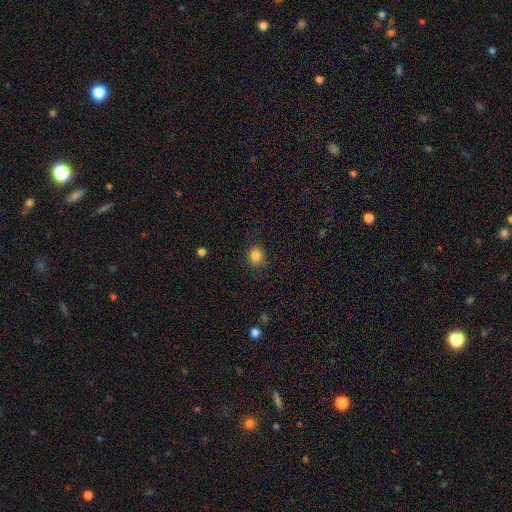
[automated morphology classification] The model was most divided on "how rounded": round: 81%, in between: 18%, cigar-shaped: 1%. More confident: smooth or featured — smooth (84%); merging — none (84%).